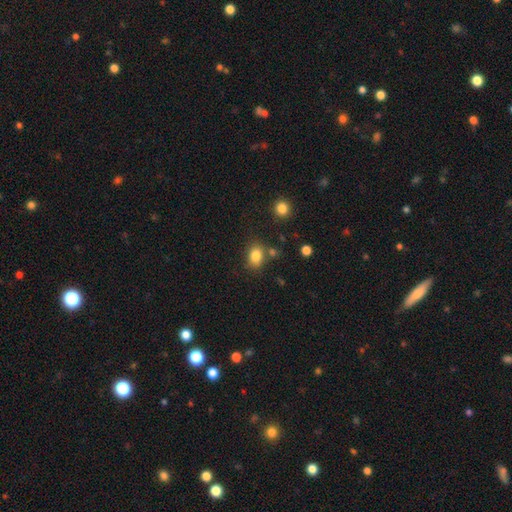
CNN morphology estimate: A smooth galaxy with no disk features (84%) that is in between round and cigar-shaped (65%).

Vote fractions:
- Smooth or featured? smooth: 84% / star or artifact: 10% / featured or disk: 6%
- How rounded? in between: 65% / round: 34% / cigar-shaped: 1%
- Merging? none: 72% / minor disturbance: 15% / merger: 9% / major disturbance: 4%